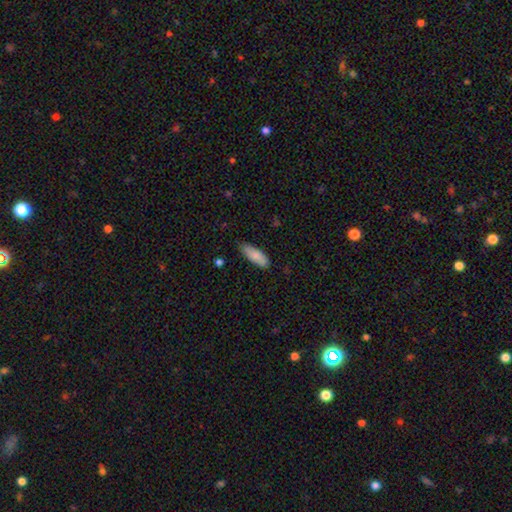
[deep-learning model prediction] A smooth galaxy with no disk features (85%) that is in between round and cigar-shaped (64%). Merging: none (75%).